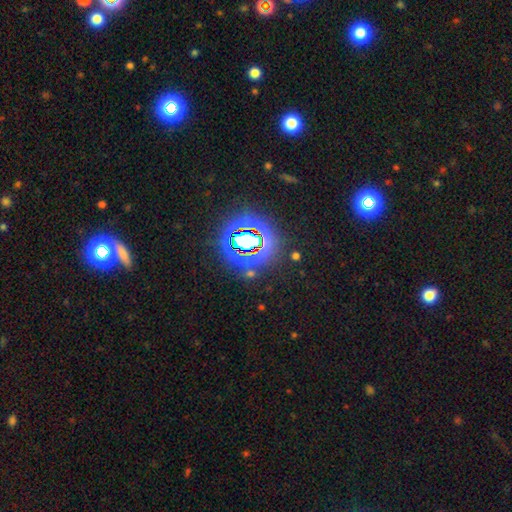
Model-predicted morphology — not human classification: type=star or artifact (81%).